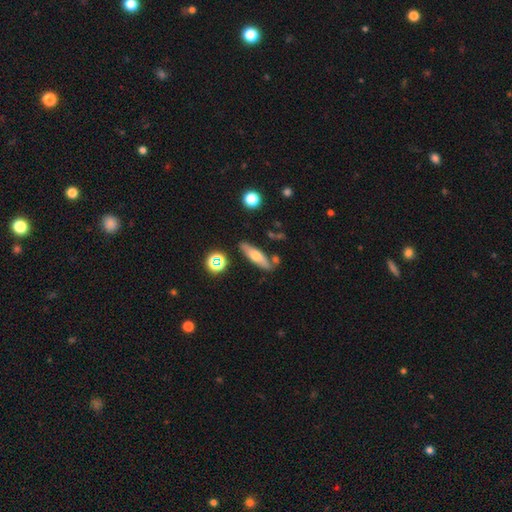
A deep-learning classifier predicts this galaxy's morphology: Q: Smooth or featured?
A: smooth (51%); runner-up: featured or disk (40%)
Q: How rounded?
A: cigar-shaped (61%); runner-up: in between (35%)
Q: Merging?
A: none (79%); runner-up: minor disturbance (12%)